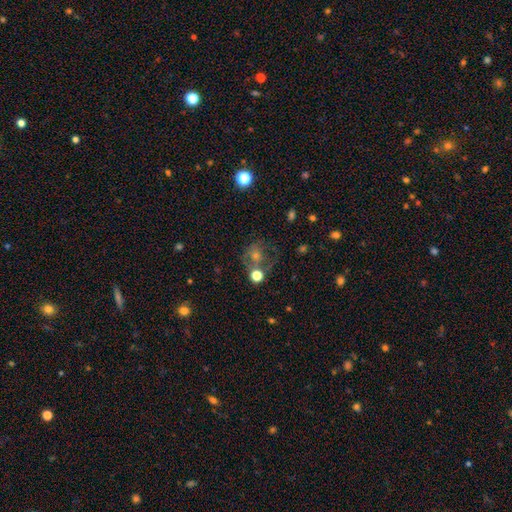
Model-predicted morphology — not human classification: Smooth or featured?
  - smooth: 37% *
  - featured or disk: 36%
  - star or artifact: 27%
Merging?
  - none: 52% *
  - minor disturbance: 17%
  - major disturbance: 17%
  - merger: 15%